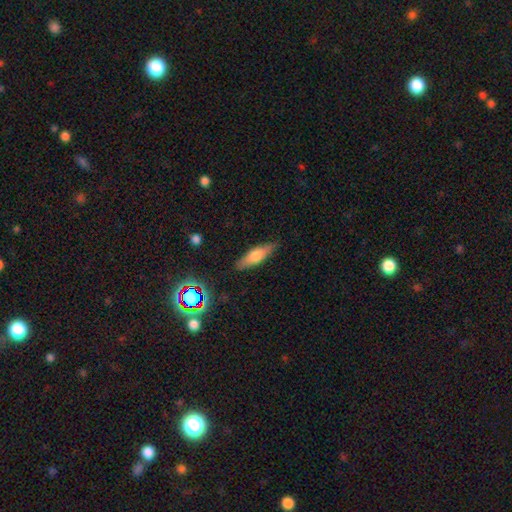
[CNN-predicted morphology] Q: Smooth or featured?
A: smooth (60%); runner-up: featured or disk (33%)
Q: How rounded?
A: cigar-shaped (53%); runner-up: in between (44%)
Q: Merging?
A: none (85%); runner-up: minor disturbance (11%)